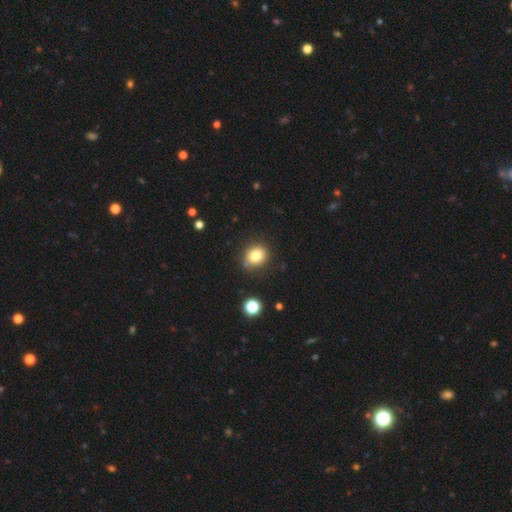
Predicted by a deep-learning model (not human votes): Smooth or featured? smooth (81%)
How rounded? round (74%)
Merging? none (82%)